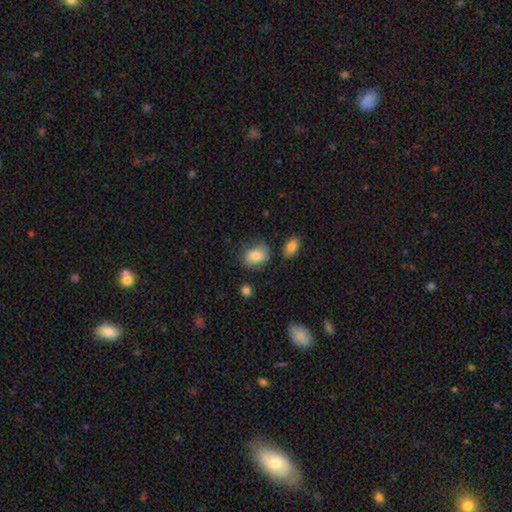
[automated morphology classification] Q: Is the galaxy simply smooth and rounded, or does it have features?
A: smooth — 81%.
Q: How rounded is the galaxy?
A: in between — 73%.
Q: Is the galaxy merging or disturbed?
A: none — 73%.